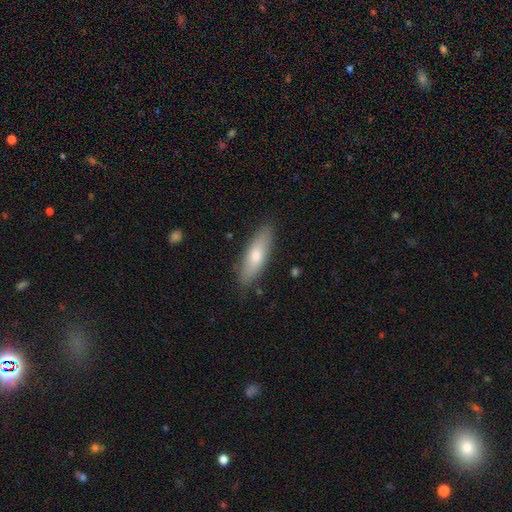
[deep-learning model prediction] smooth 69%, featured or disk 25%, star or artifact 6%. Down the decision tree: how rounded — cigar-shaped (54%); merging — none (85%).